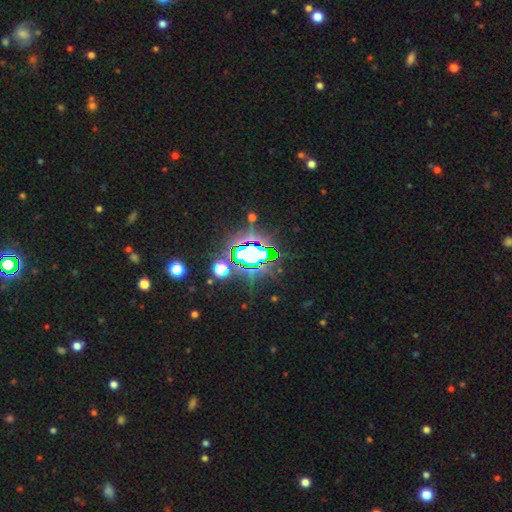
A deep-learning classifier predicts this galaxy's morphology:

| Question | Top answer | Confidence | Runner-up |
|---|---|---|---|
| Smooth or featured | star or artifact | 74% | smooth (14%) |